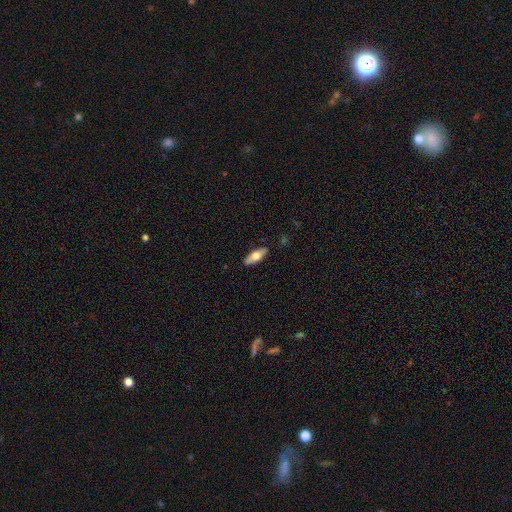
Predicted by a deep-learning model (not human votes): The model was most divided on "smooth or featured": smooth: 54%, featured or disk: 40%, star or artifact: 6%. More confident: merging — none (88%); how rounded — in between (64%).